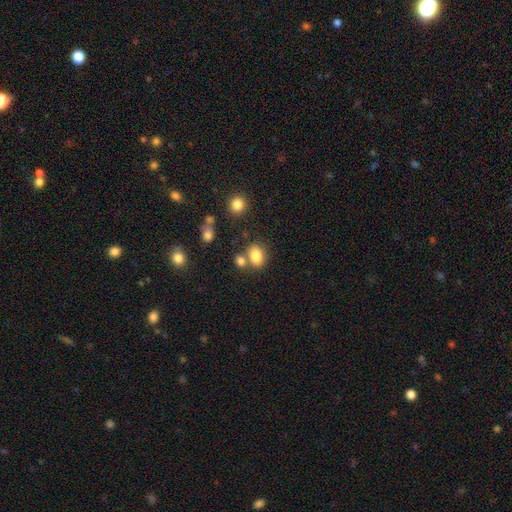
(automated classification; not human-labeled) Morphology: type=smooth (82%); roundness=in between (73%); merging=none (58%).